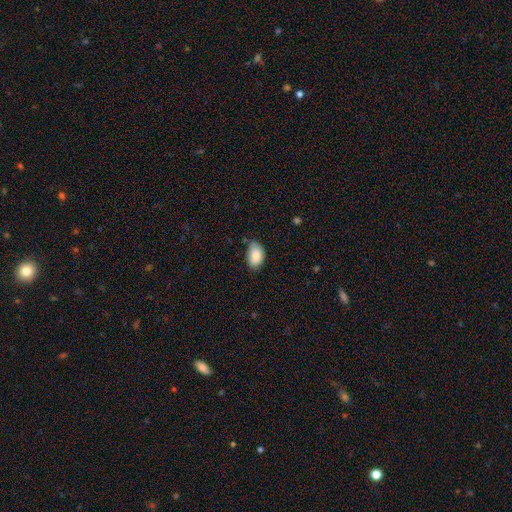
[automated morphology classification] A smooth galaxy with no disk features (86%) that is in between round and cigar-shaped (91%). Merging: none (68%).